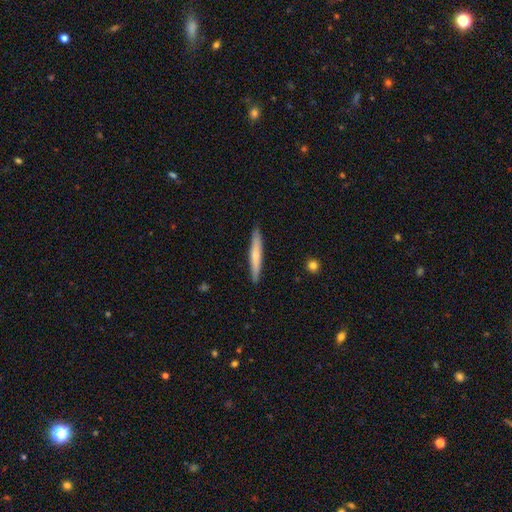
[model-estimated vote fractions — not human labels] Smooth or featured? Predicted: smooth (p=0.57). How rounded? Predicted: cigar-shaped (p=0.95). Merging? Predicted: none (p=0.91).